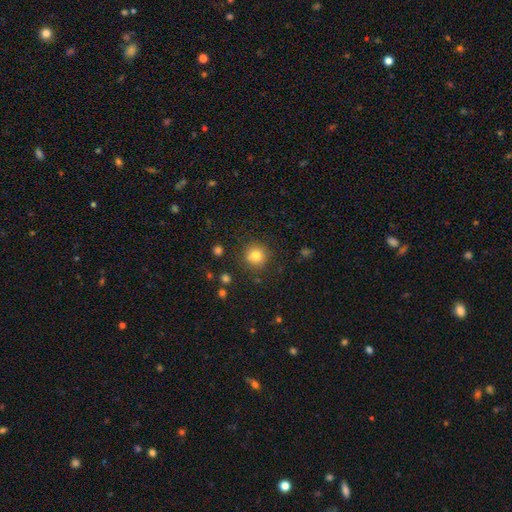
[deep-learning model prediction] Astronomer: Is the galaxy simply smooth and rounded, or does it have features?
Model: smooth — 80%.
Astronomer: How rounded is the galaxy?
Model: round — 93%.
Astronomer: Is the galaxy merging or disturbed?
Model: none — 87%.